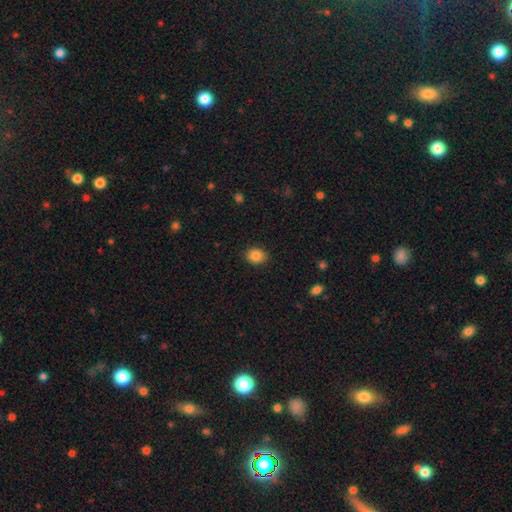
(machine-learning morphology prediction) Overall: smooth (87%). How rounded: round (51%; in between 48%). Merging: none (88%).